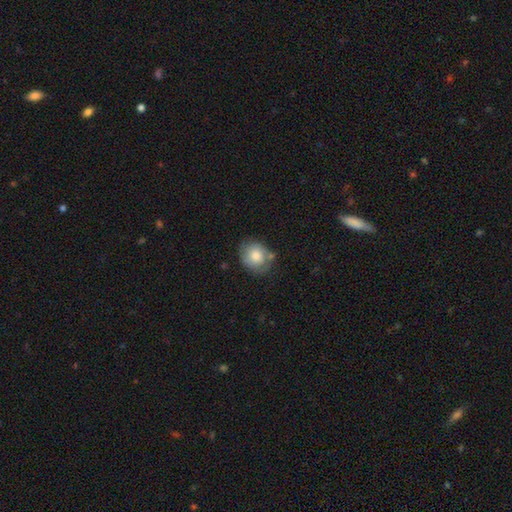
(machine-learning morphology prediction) A smooth galaxy with no disk features (73%) that is round (64%). Merging: none (66%).